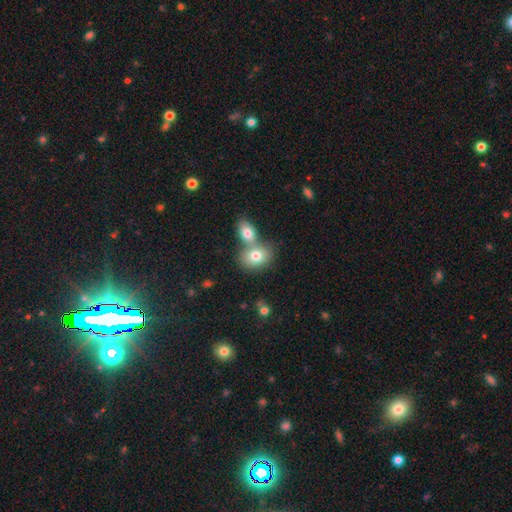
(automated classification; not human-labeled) Morphology: type=smooth (77%); roundness=in between (69%); merging=merger (54%).